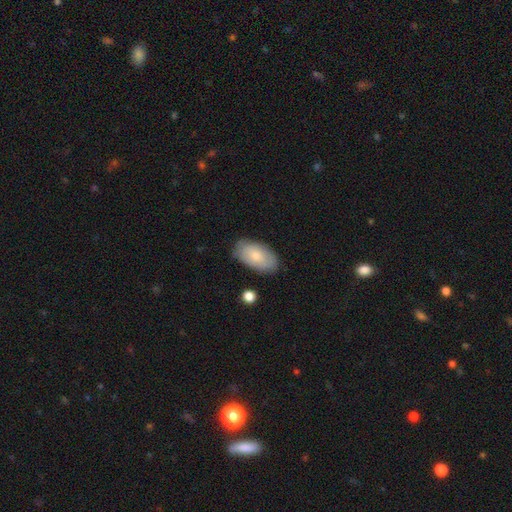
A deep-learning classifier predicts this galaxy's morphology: Smooth or featured? smooth (74%)
How rounded? in between (95%)
Merging? none (80%)